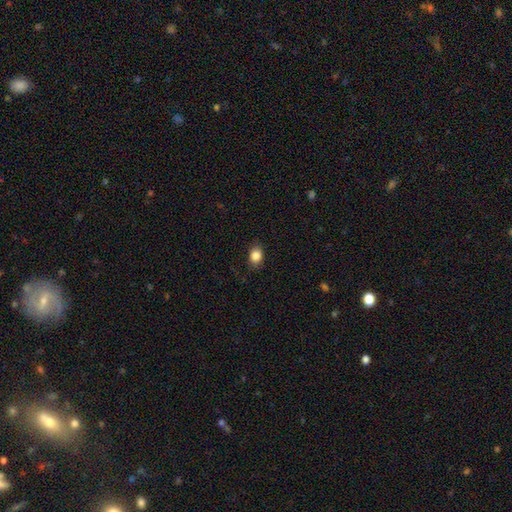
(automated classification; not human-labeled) Overall: smooth (85%). How rounded: in between (64%; round 35%). Merging: none (84%).